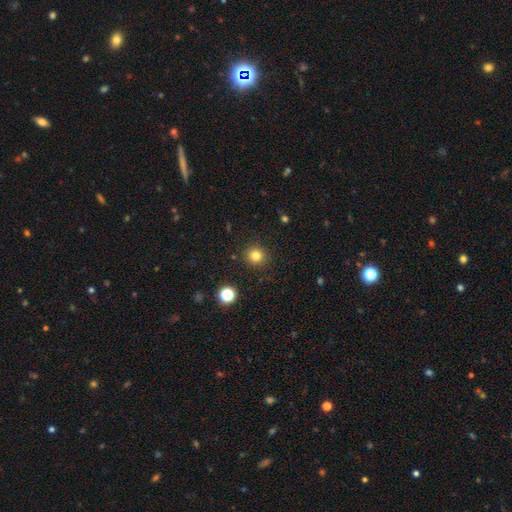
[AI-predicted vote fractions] smooth-or-featured: smooth: 80% | star or artifact: 14% | featured or disk: 6%
  how-rounded: round: 93% | in between: 6% | cigar-shaped: 1%
  merging: none: 91% | minor disturbance: 6% | major disturbance: 2% | merger: 1%